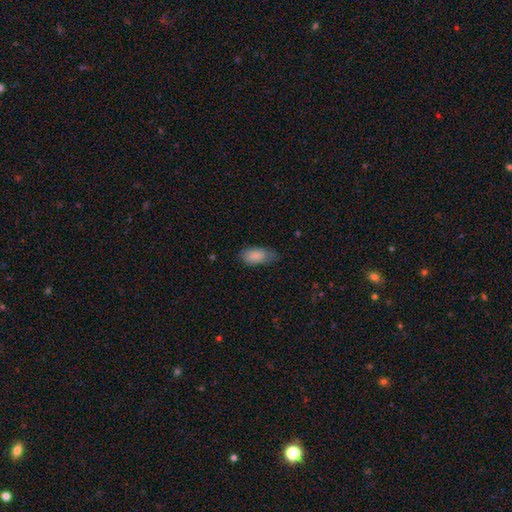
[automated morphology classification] Q: Smooth or featured?
A: smooth (86%); runner-up: featured or disk (7%)
Q: How rounded?
A: in between (91%); runner-up: cigar-shaped (7%)
Q: Merging?
A: none (58%); runner-up: minor disturbance (32%)